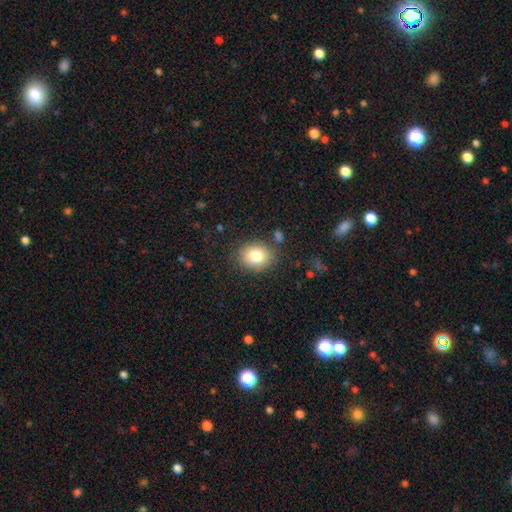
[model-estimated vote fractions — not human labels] Morphology: type=smooth (81%); roundness=round (53%); merging=none (81%).